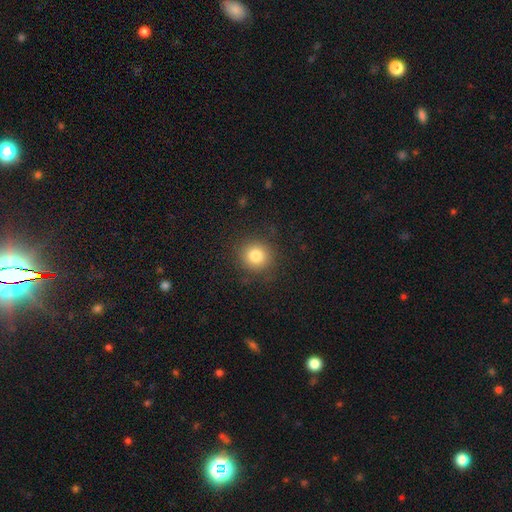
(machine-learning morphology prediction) Smooth or featured: smooth — 81% (star or artifact — 11%)
How rounded: round — 89% (in between — 10%)
Merging: none — 88% (minor disturbance — 8%)